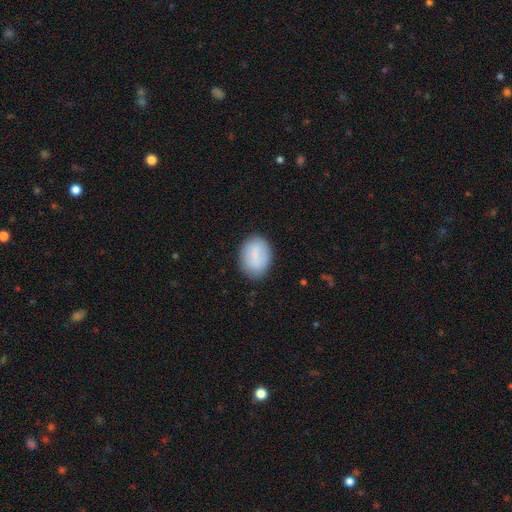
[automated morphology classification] This appears to be a smooth galaxy with no disk features (75%) that is in between round and cigar-shaped (74%). Merging: none (80%).